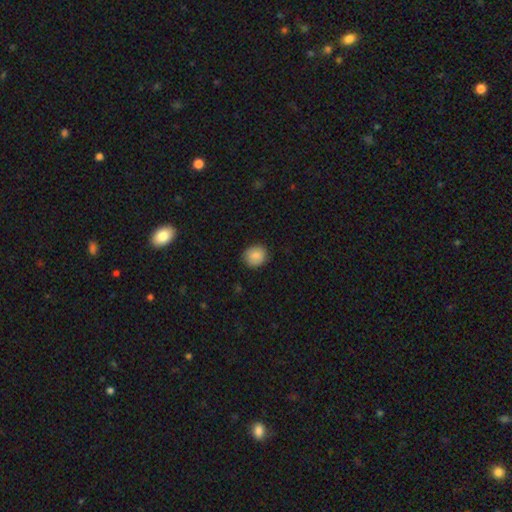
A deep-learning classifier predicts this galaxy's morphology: smooth 86%, star or artifact 8%, featured or disk 6%. Down the decision tree: how rounded — round (78%); merging — none (86%).